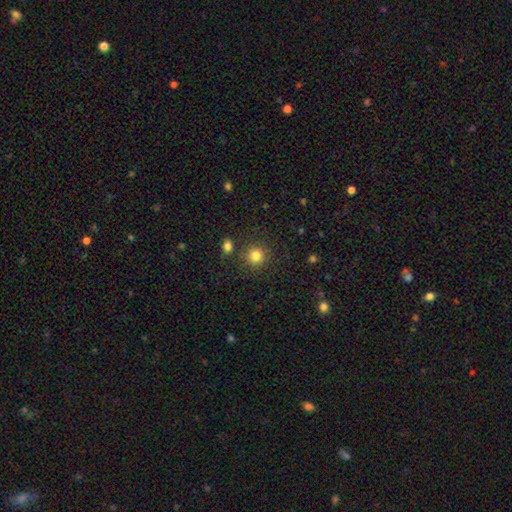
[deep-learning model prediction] Smooth or featured? Predicted: smooth (p=0.82). How rounded? Predicted: round (p=0.92). Merging? Predicted: none (p=0.84).